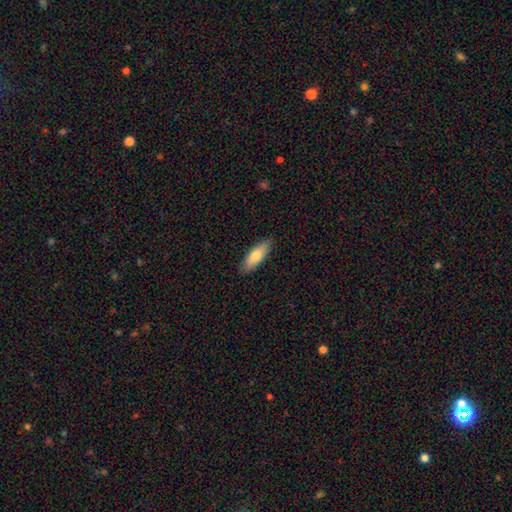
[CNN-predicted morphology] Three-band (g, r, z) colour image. It shows a smooth galaxy with no disk features (77%) that is in between round and cigar-shaped (63%). Merging: none (88%).